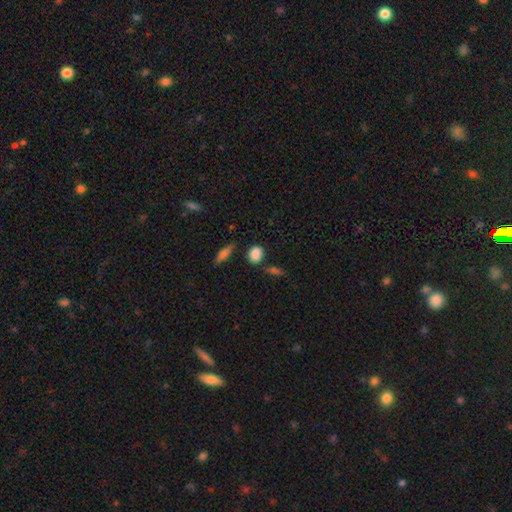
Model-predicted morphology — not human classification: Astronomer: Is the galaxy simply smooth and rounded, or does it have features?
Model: smooth — 86%.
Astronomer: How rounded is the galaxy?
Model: round — 51% (runner-up: in between, 45%).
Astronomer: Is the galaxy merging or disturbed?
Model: none — 74%.